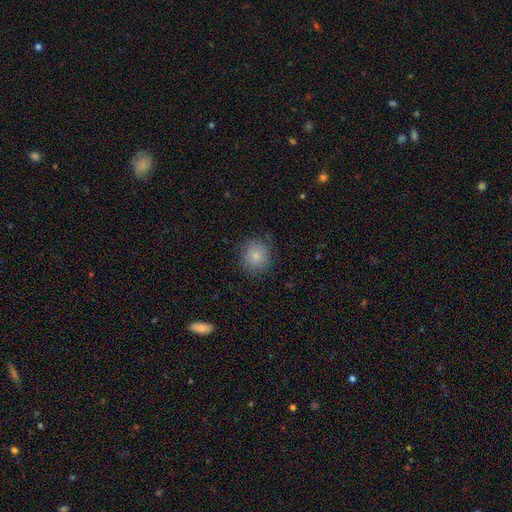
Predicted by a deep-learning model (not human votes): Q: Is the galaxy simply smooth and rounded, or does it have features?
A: smooth — 83%.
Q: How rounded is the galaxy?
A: round — 88%.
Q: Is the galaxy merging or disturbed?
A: none — 84%.